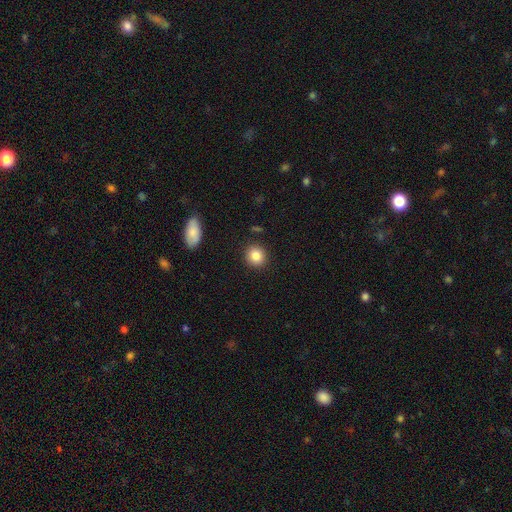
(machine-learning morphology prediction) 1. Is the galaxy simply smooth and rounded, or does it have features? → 85% smooth, 9% star or artifact, 6% featured or disk.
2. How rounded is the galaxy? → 84% round, 15% in between, 1% cigar-shaped.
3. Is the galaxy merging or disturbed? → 90% none, 7% minor disturbance, 2% major disturbance, 2% merger.